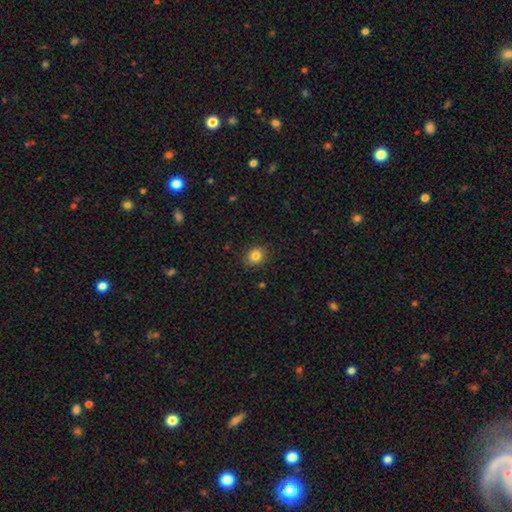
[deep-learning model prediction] smooth-or-featured: smooth: 83% | star or artifact: 11% | featured or disk: 6%
  how-rounded: round: 64% | in between: 35% | cigar-shaped: 1%
  merging: none: 88% | minor disturbance: 9% | major disturbance: 2% | merger: 1%